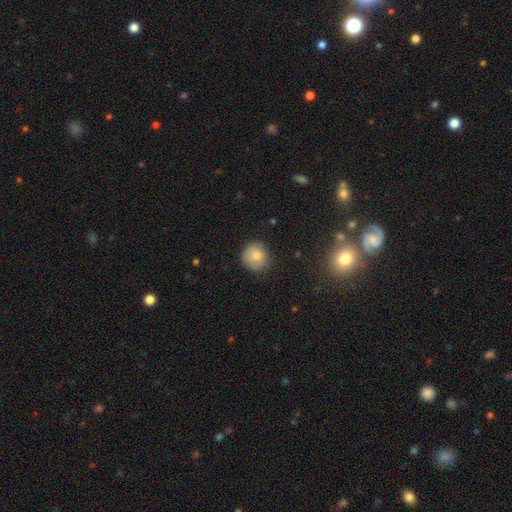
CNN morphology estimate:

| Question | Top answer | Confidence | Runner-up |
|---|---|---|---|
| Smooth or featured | smooth | 78% | featured or disk (11%) |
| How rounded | round | 90% | in between (9%) |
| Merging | none | 81% | minor disturbance (15%) |